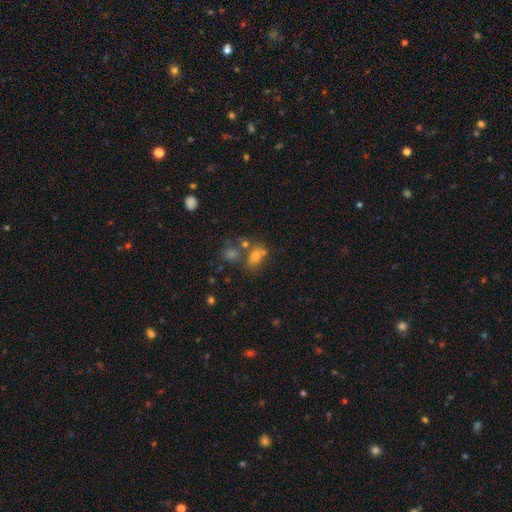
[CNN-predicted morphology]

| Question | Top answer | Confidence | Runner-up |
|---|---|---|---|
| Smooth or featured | smooth | 62% | star or artifact (23%) |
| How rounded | in between | 63% | round (34%) |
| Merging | none | 47% | merger (34%) |